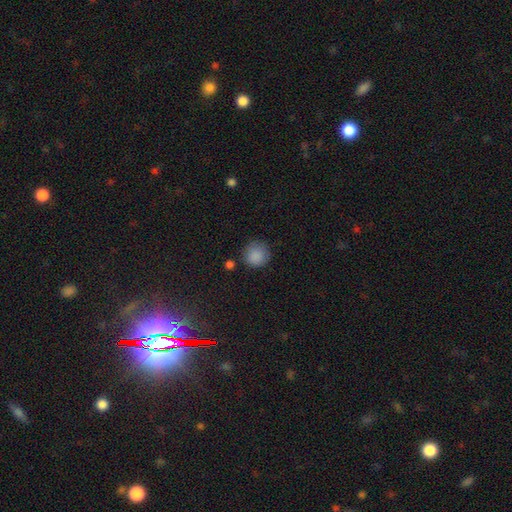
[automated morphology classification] Overall: smooth (87%). How rounded: round (93%). Merging: none (80%).